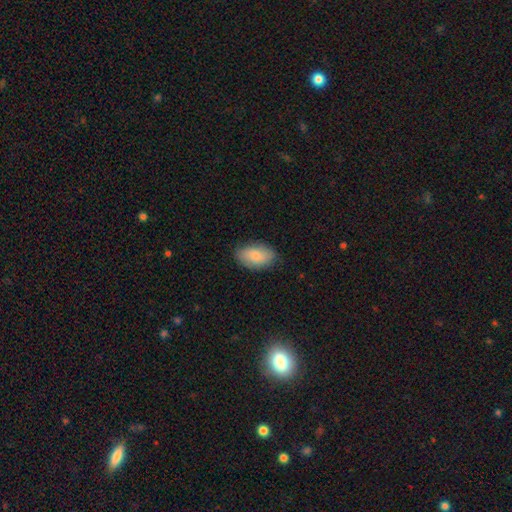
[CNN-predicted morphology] smooth_or_featured: smooth (p=0.82) [alt: featured or disk p=0.12]
how_rounded: in between (p=0.93) [alt: round p=0.05]
merging: none (p=0.83) [alt: minor disturbance p=0.14]